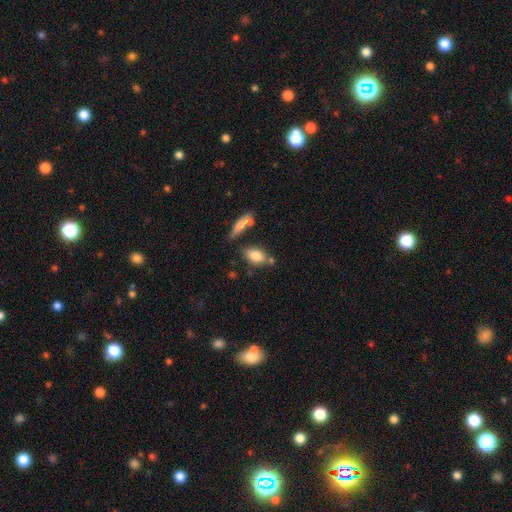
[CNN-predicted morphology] This is clearly a smooth galaxy (81%). How rounded: clearly in between (86%). Merging: likely none (62%).